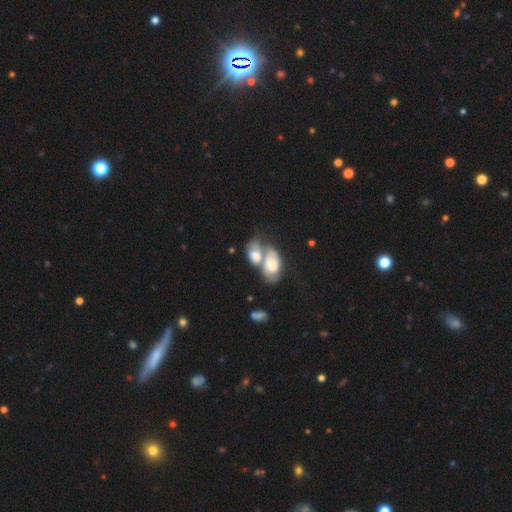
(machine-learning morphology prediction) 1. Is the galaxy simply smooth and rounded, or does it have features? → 53% smooth, 40% featured or disk, 8% star or artifact.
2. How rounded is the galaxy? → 88% in between, 10% round, 3% cigar-shaped.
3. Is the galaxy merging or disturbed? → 68% merger, 17% none, 9% minor disturbance, 7% major disturbance.